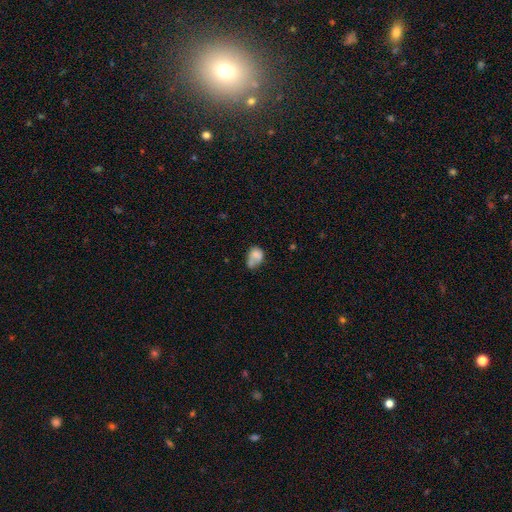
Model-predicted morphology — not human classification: type=smooth (69%); roundness=in between (61%); merging=merger (42%).